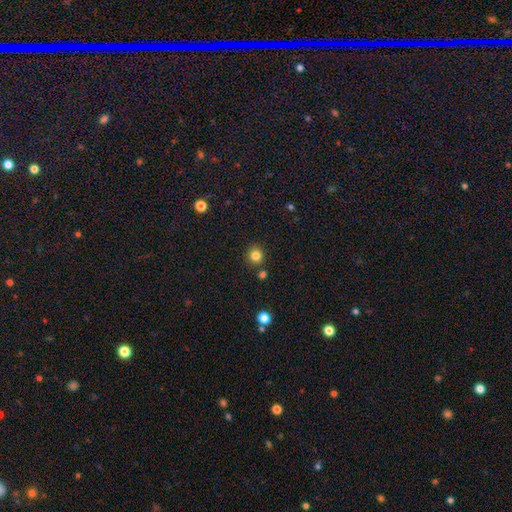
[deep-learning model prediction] smooth 82%, star or artifact 13%, featured or disk 5%. Down the decision tree: how rounded — round (92%); merging — none (85%).